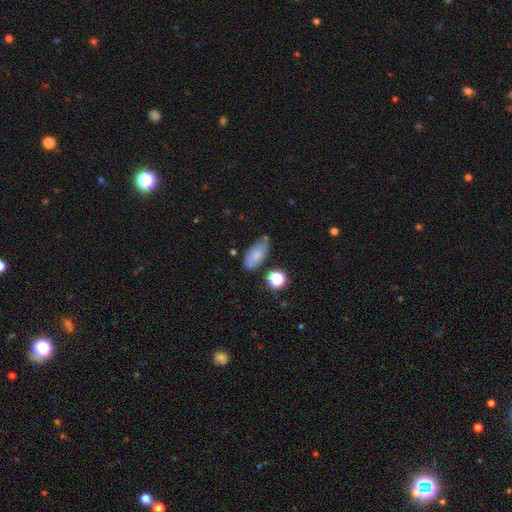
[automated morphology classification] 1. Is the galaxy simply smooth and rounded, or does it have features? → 66% smooth, 24% featured or disk, 10% star or artifact.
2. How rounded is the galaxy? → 88% in between, 6% cigar-shaped, 6% round.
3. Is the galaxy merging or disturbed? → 59% none, 27% minor disturbance, 7% merger, 7% major disturbance.